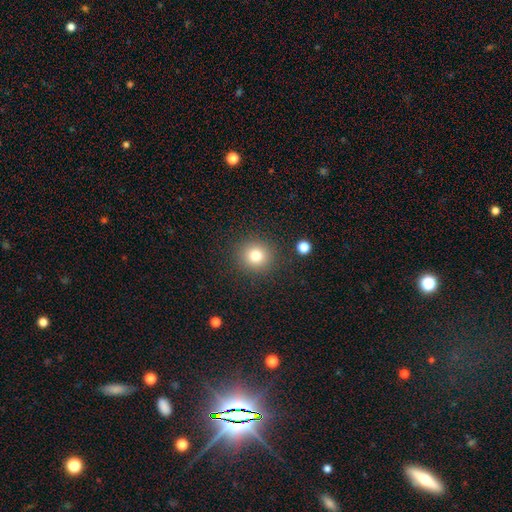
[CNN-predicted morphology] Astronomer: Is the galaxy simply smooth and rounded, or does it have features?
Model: smooth — 79%.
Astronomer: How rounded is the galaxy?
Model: round — 92%.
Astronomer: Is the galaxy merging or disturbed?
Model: none — 89%.